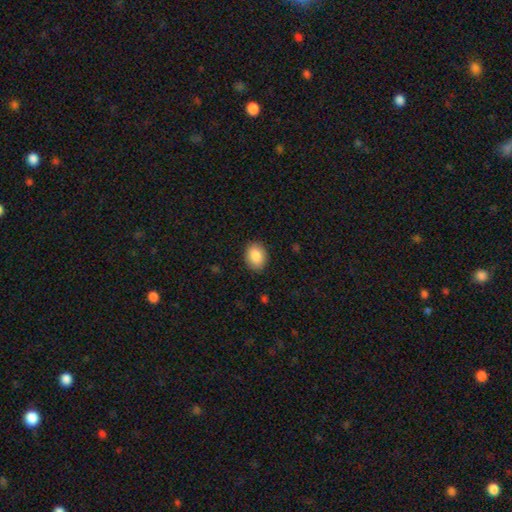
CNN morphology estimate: Smooth or featured?
  - smooth: 88% *
  - star or artifact: 7%
  - featured or disk: 5%
How rounded?
  - in between: 68% *
  - round: 31%
  - cigar-shaped: 1%
Merging?
  - none: 87% *
  - minor disturbance: 9%
  - major disturbance: 2%
  - merger: 1%